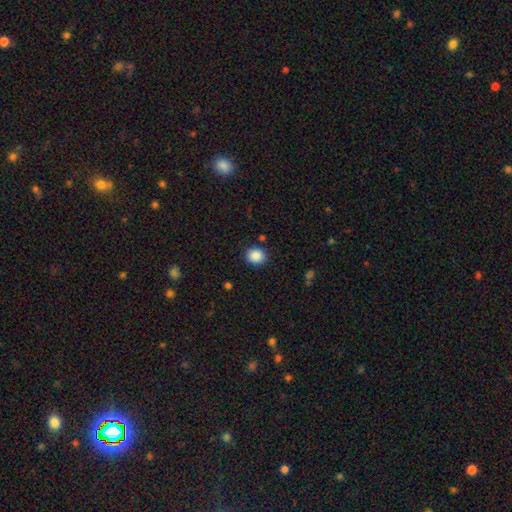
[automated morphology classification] Smooth or featured? smooth (88%)
How rounded? round (71%)
Merging? none (88%)